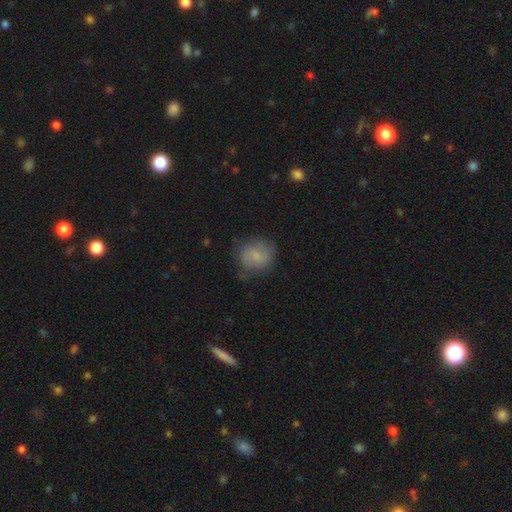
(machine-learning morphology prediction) smooth-or-featured: smooth: 56% | featured or disk: 35% | star or artifact: 9%
  how-rounded: round: 76% | in between: 23% | cigar-shaped: 1%
  merging: none: 68% | minor disturbance: 22% | major disturbance: 8% | merger: 2%